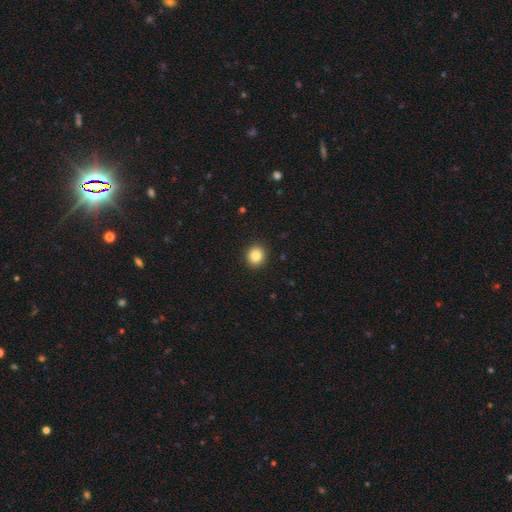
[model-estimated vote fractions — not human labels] Smooth or featured? Predicted: smooth (p=0.85). How rounded? Predicted: round (p=0.84). Merging? Predicted: none (p=0.92).